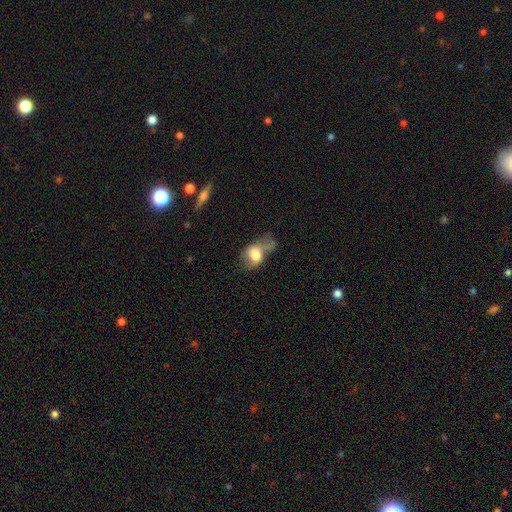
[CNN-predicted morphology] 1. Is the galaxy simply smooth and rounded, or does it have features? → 61% smooth, 30% featured or disk, 10% star or artifact.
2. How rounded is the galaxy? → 69% in between, 28% round, 3% cigar-shaped.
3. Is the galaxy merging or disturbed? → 41% major disturbance, 20% minor disturbance, 20% none, 19% merger.